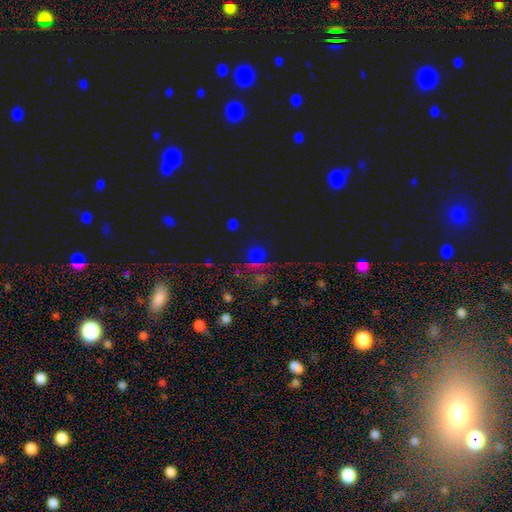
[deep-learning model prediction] The model was most divided on "smooth or featured": star or artifact: 53%, smooth: 39%, featured or disk: 8%.